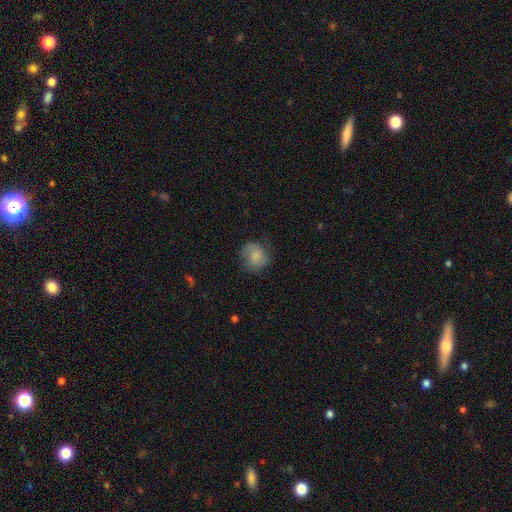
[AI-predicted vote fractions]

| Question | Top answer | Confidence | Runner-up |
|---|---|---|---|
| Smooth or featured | smooth | 72% | featured or disk (20%) |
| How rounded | round | 79% | in between (20%) |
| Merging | none | 69% | minor disturbance (22%) |